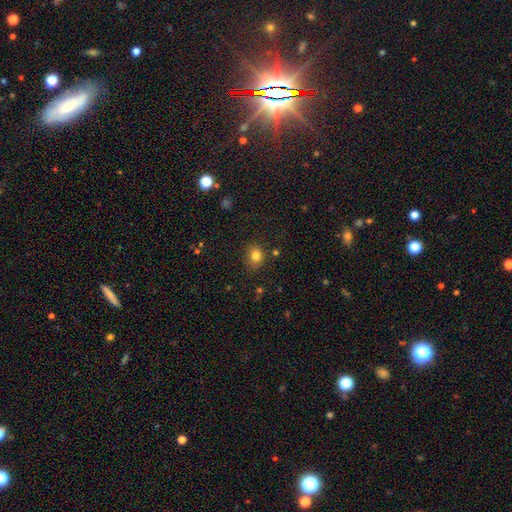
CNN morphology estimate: Smooth or featured: smooth — 81% (star or artifact — 13%)
How rounded: round — 59% (in between — 40%)
Merging: none — 81% (minor disturbance — 13%)